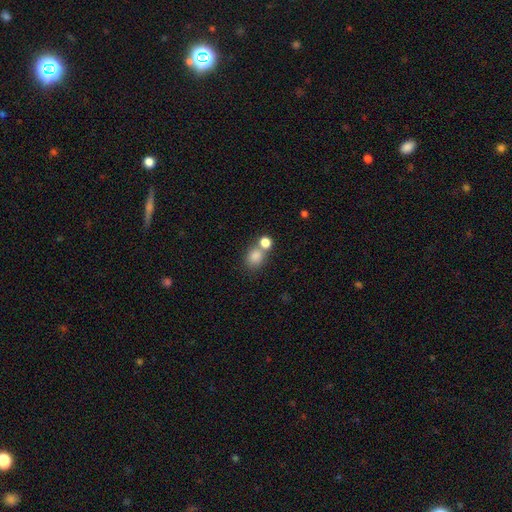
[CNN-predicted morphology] Smooth or featured? smooth (82%)
How rounded? round (65%)
Merging? none (50%)